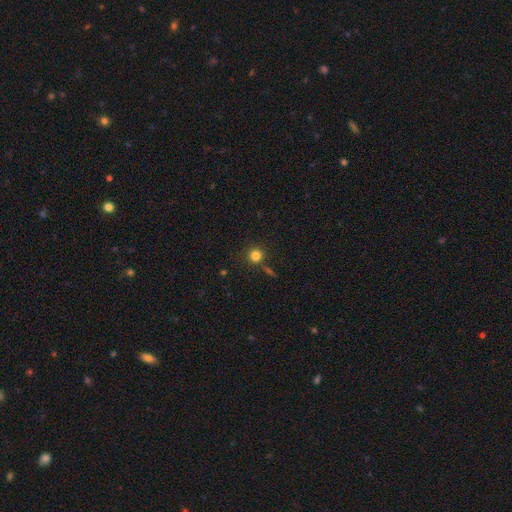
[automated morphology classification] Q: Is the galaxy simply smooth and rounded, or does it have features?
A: smooth — 81%.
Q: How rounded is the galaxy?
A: round — 93%.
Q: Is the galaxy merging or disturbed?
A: none — 79%.